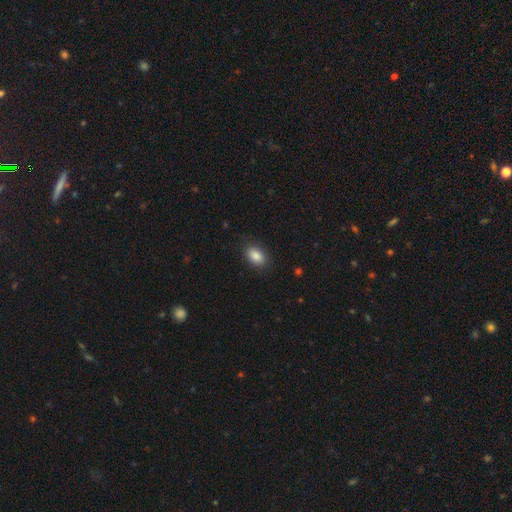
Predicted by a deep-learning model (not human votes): The model was most divided on "merging": none: 86%, minor disturbance: 10%, major disturbance: 3%, merger: 1%. More confident: how rounded — in between (88%); smooth or featured — smooth (87%).